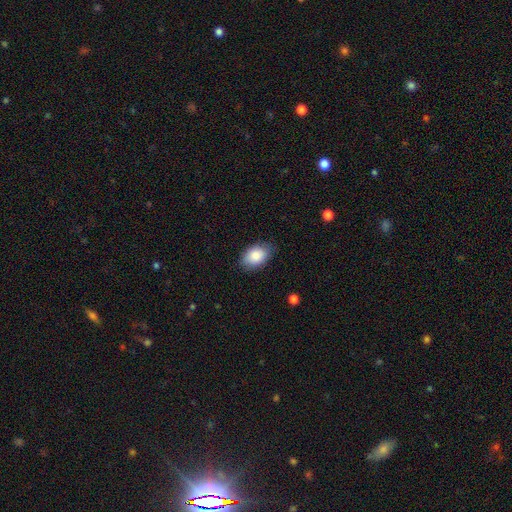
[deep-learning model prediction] A smooth galaxy with no disk features (87%) that is in between round and cigar-shaped (88%). Merging: none (81%).